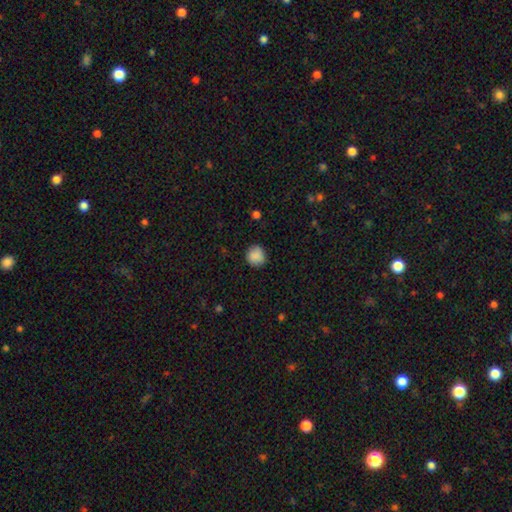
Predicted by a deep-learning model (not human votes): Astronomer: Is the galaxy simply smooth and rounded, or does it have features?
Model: smooth — 88%.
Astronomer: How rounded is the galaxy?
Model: round — 89%.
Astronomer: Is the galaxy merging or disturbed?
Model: none — 87%.